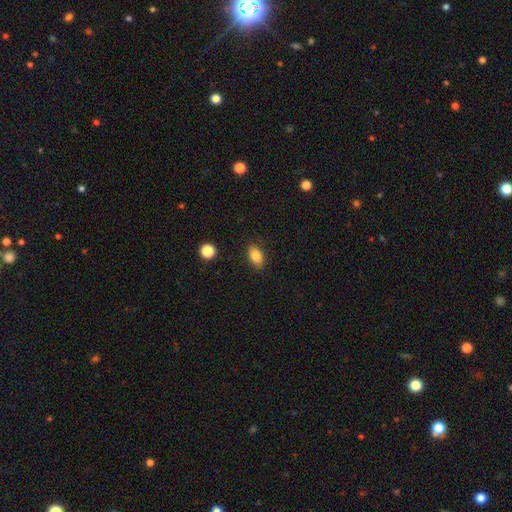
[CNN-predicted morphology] The model was most divided on "smooth or featured": smooth: 83%, star or artifact: 9%, featured or disk: 8%. More confident: how rounded — in between (87%); merging — none (86%).